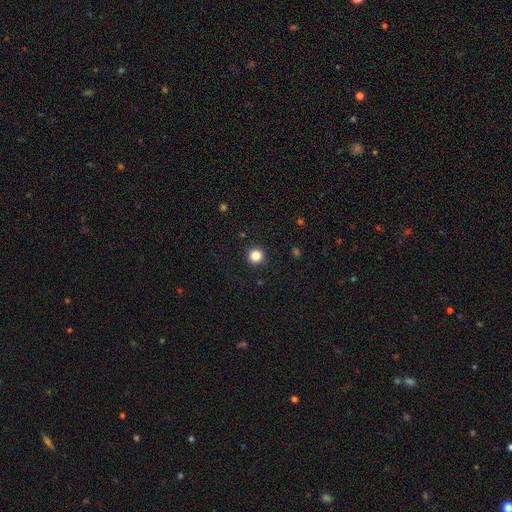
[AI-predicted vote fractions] Smooth or featured? smooth (85%)
How rounded? round (96%)
Merging? none (93%)